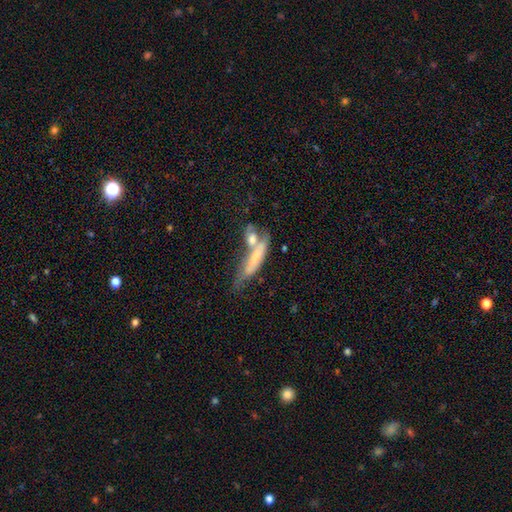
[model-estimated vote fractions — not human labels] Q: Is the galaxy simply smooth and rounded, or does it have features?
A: smooth — 50%.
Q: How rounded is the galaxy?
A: cigar-shaped — 75%.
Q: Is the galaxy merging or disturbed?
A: merger — 38%.